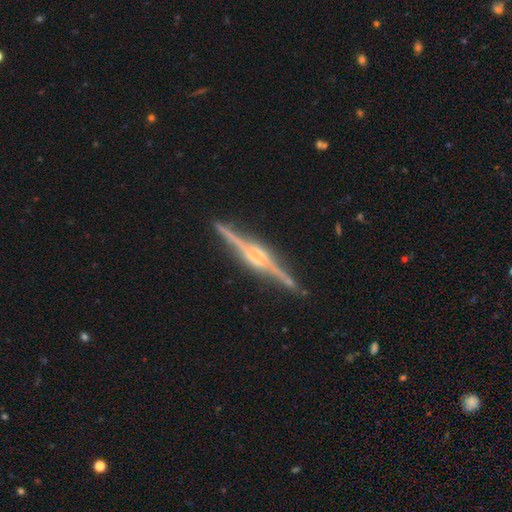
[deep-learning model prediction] Smooth or featured?
  - featured or disk: 88% *
  - smooth: 6%
  - star or artifact: 6%
Edge-on disk?
  - yes: 98% *
  - no: 2%
Edge-on bulge?
  - rounded: 50% *
  - boxy: 41%
  - none: 9%
Merging?
  - none: 87% *
  - minor disturbance: 9%
  - major disturbance: 2%
  - merger: 2%